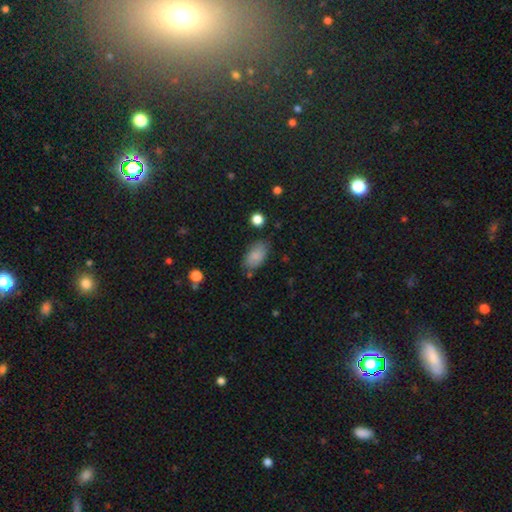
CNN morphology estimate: smooth-or-featured: smooth: 86% | star or artifact: 7% | featured or disk: 7%
  how-rounded: in between: 93% | round: 4% | cigar-shaped: 3%
  merging: none: 74% | minor disturbance: 18% | major disturbance: 4% | merger: 3%